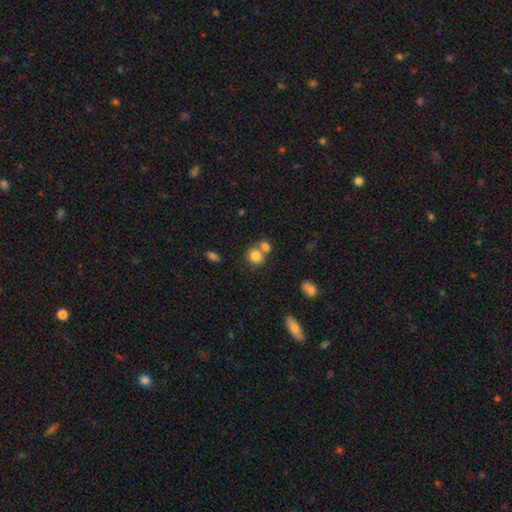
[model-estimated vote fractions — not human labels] The model was most divided on "merging": none: 48%, merger: 39%, minor disturbance: 9%, major disturbance: 4%. More confident: smooth or featured — smooth (81%); how rounded — round (77%).